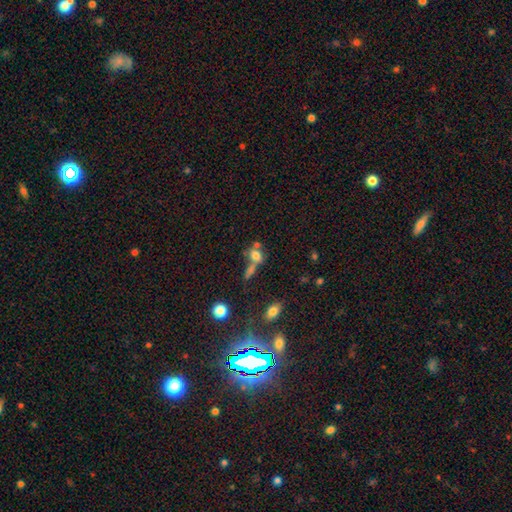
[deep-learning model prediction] Q: Smooth or featured?
A: smooth (69%); runner-up: featured or disk (16%)
Q: How rounded?
A: in between (53%); runner-up: round (41%)
Q: Merging?
A: merger (47%); runner-up: none (33%)